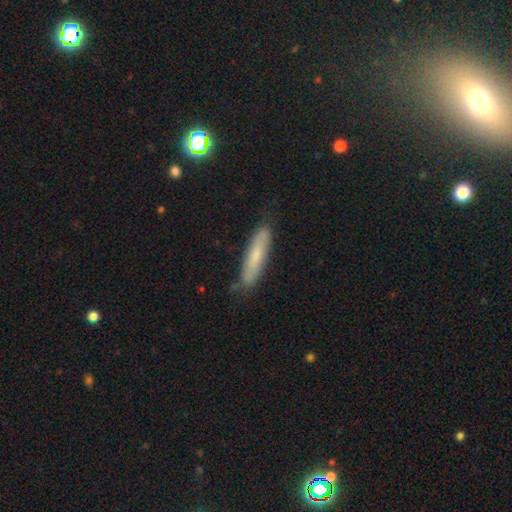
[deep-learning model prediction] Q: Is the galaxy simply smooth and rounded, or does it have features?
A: smooth — 65%.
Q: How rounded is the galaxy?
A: cigar-shaped — 81%.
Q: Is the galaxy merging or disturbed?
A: none — 79%.